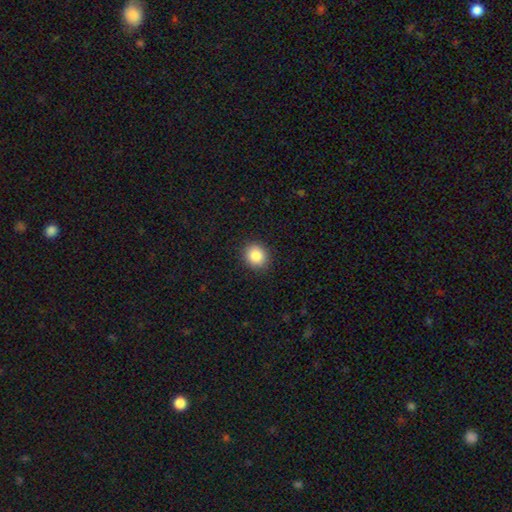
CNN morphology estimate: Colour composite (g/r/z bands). It shows a smooth galaxy with no disk features (87%) that is round (76%). Merging: none (91%).